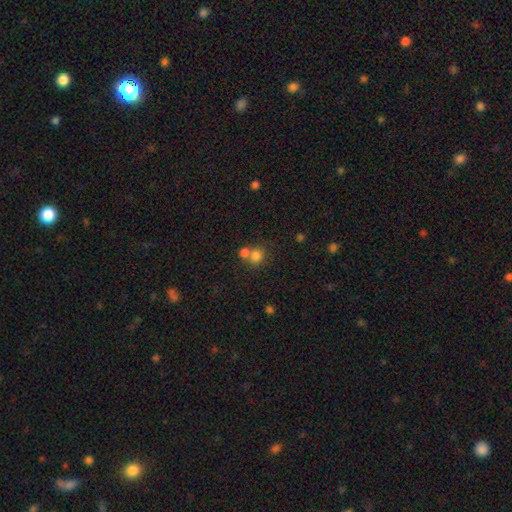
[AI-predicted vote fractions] A smooth galaxy with no disk features (79%) that is round (81%). Merging: none (45%).